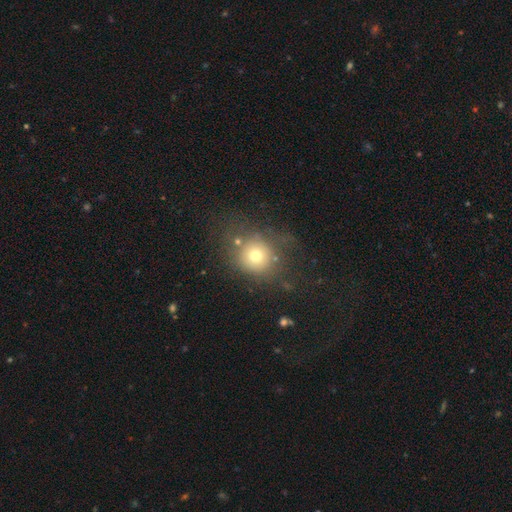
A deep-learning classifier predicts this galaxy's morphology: The model was most divided on "merging": none: 64%, minor disturbance: 17%, major disturbance: 13%, merger: 6%. More confident: how rounded — round (84%); smooth or featured — smooth (70%).